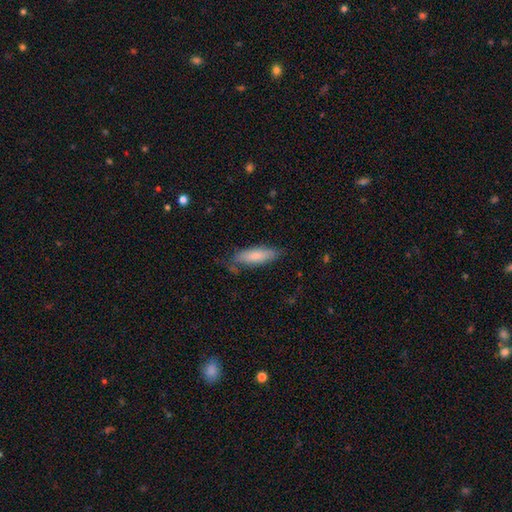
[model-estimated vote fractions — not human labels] A smooth galaxy with no disk features (77%) that is in between round and cigar-shaped (51%).

Vote fractions:
- Smooth or featured? smooth: 77% / featured or disk: 17% / star or artifact: 6%
- How rounded? in between: 51% / cigar-shaped: 48% / round: 2%
- Merging? none: 69% / minor disturbance: 23% / major disturbance: 5% / merger: 3%